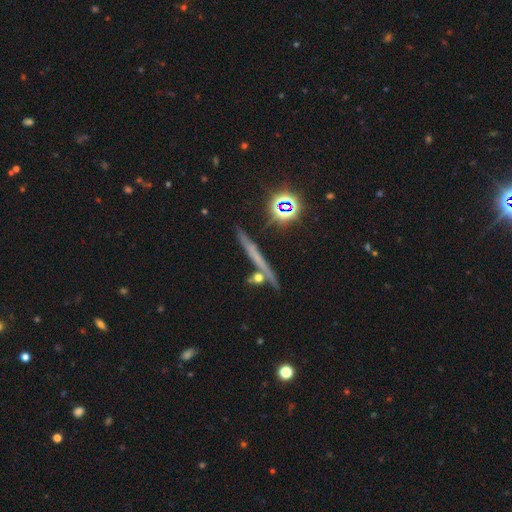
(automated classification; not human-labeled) Q: Smooth or featured?
A: featured or disk (45%); runner-up: smooth (36%)
Q: Merging?
A: none (78%); runner-up: minor disturbance (11%)